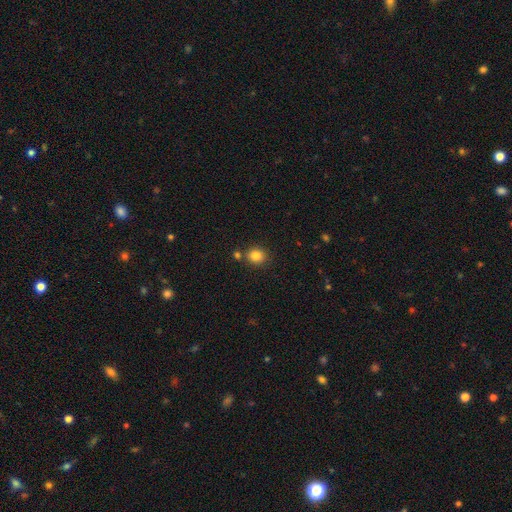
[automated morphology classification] smooth 84%, star or artifact 11%, featured or disk 5%. Down the decision tree: how rounded — round (78%); merging — none (76%).